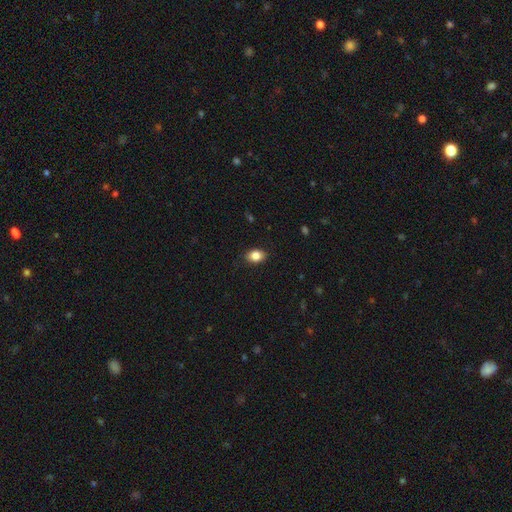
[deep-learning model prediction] Overall: smooth (85%). How rounded: in between (76%). Merging: none (87%).